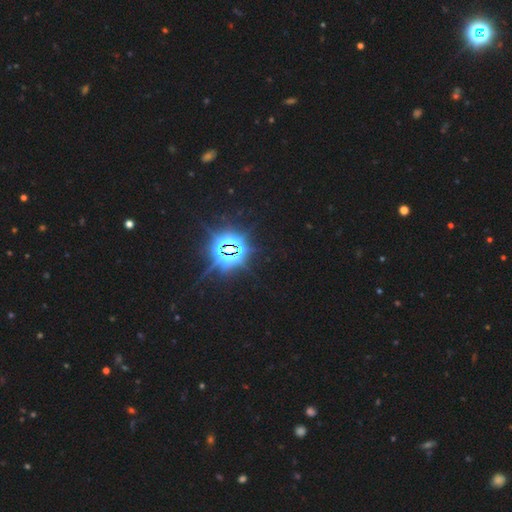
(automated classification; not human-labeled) star or artifact 87%, smooth 8%, featured or disk 5%.